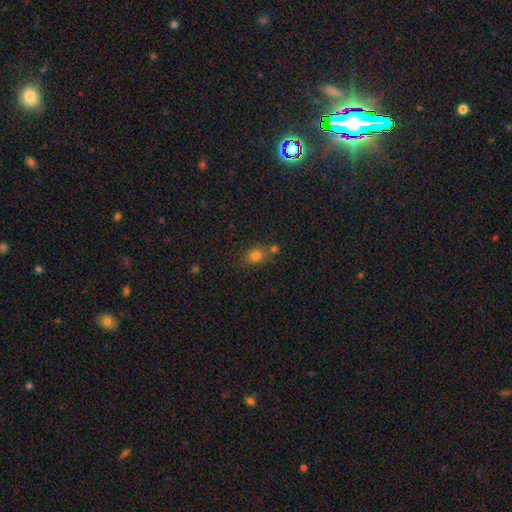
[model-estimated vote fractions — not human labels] Smooth or featured: smooth — 78% (star or artifact — 14%)
How rounded: in between — 51% (round — 48%)
Merging: none — 61% (merger — 21%)